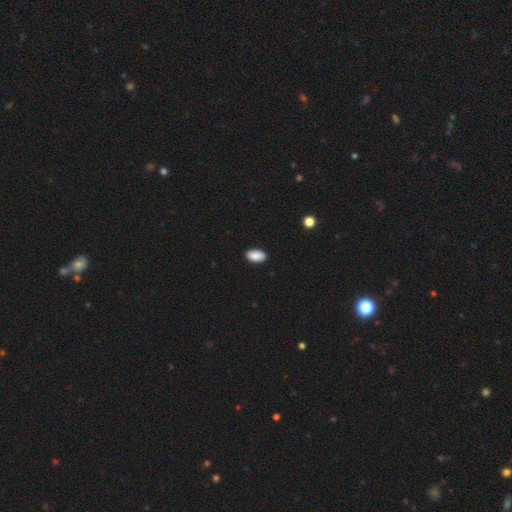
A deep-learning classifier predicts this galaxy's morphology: smooth-or-featured: smooth: 89% | star or artifact: 7% | featured or disk: 4%
  how-rounded: in between: 94% | round: 4% | cigar-shaped: 2%
  merging: none: 90% | minor disturbance: 7% | major disturbance: 2% | merger: 1%